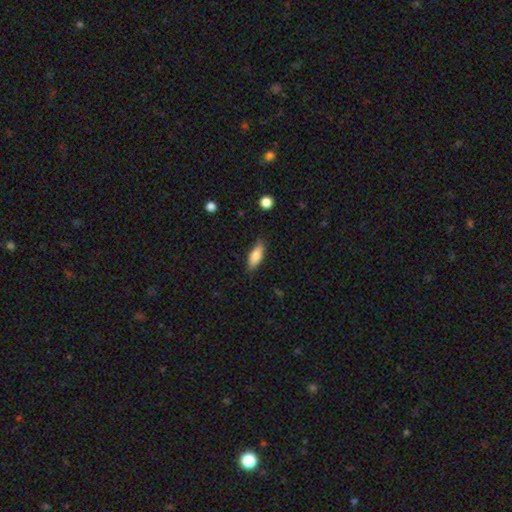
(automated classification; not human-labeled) This appears to be a smooth galaxy with no disk features (83%) that is in between round and cigar-shaped (75%). Merging: none (76%).